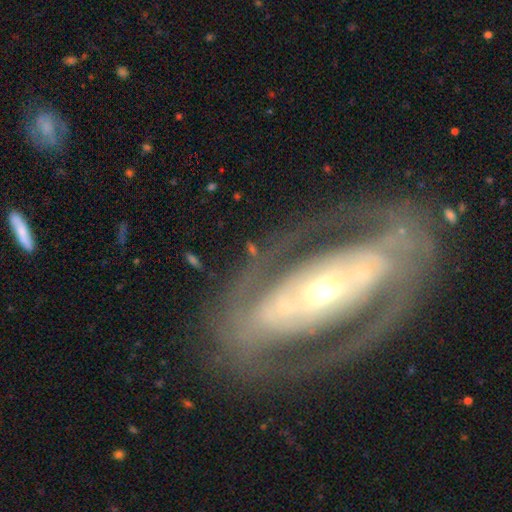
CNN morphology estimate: Smooth or featured? Predicted: featured or disk (p=0.84). Edge-on disk? Predicted: no (p=0.93). Bar? Predicted: strong (p=0.42). Spiral arms? Predicted: yes (p=0.79). Spiral winding? Predicted: tight (p=0.49). Spiral arm count? Predicted: 2 (p=0.69). Bulge size? Predicted: moderate (p=0.50). Merging? Predicted: none (p=0.70).